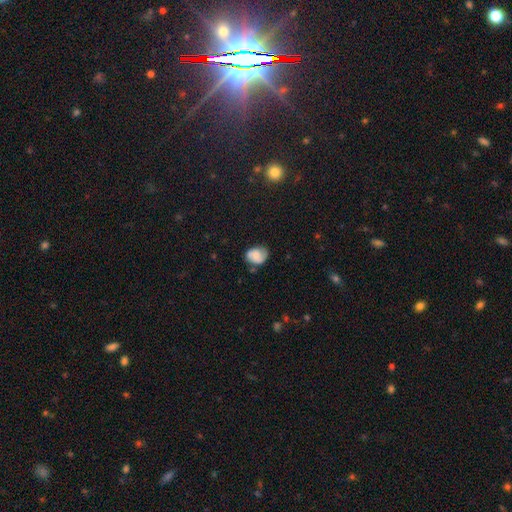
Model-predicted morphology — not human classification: Smooth or featured? smooth (57%)
How rounded? in between (55%)
Merging? none (61%)